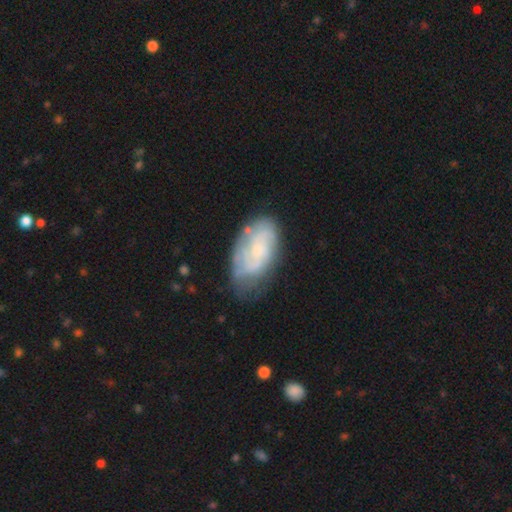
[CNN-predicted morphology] type=featured or disk (50%); merging=none (62%).